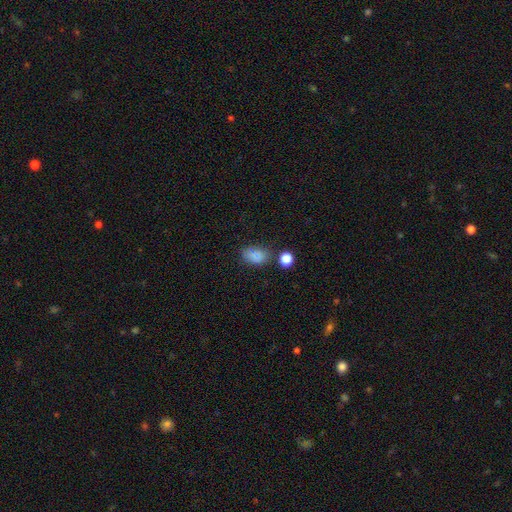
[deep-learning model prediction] This appears to be a smooth galaxy with no disk features (82%) that is in between round and cigar-shaped (81%). Merging: none (65%).